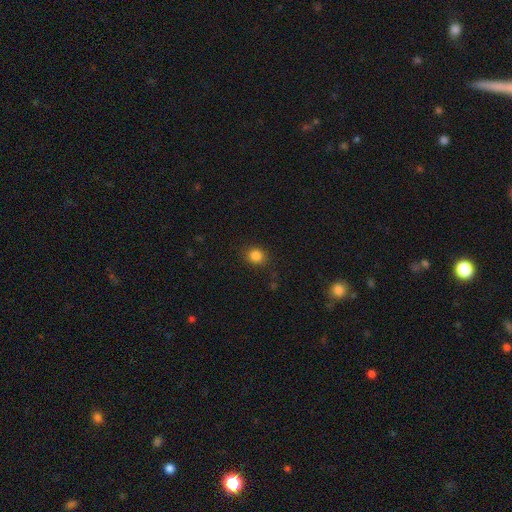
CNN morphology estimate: smooth-or-featured: smooth: 84% | star or artifact: 12% | featured or disk: 5%
  how-rounded: round: 70% | in between: 29% | cigar-shaped: 1%
  merging: none: 84% | minor disturbance: 11% | major disturbance: 3% | merger: 1%